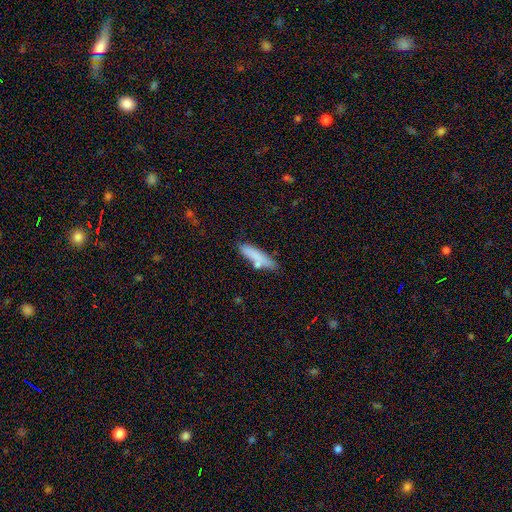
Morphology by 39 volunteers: type=smooth (77%); roundness=cigar-shaped (80%); merging=none (64%).